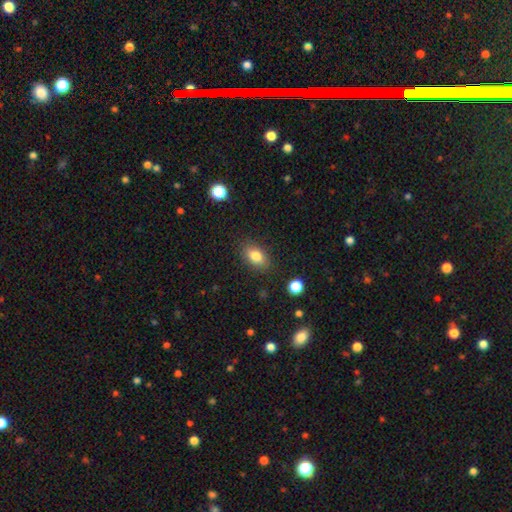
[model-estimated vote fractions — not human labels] Smooth or featured?
  - smooth: 81% *
  - featured or disk: 9%
  - star or artifact: 9%
How rounded?
  - in between: 84% *
  - round: 13%
  - cigar-shaped: 3%
Merging?
  - none: 85% *
  - minor disturbance: 10%
  - major disturbance: 3%
  - merger: 1%